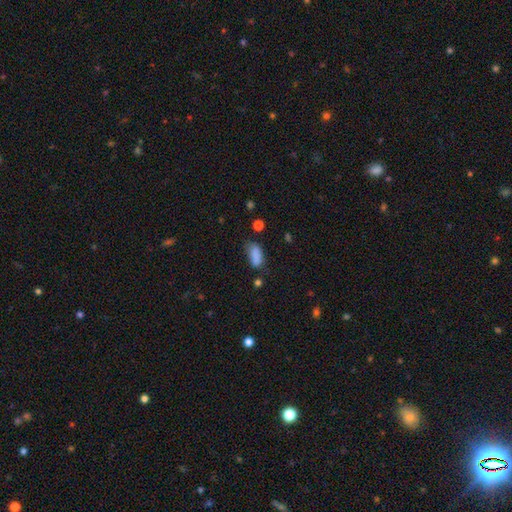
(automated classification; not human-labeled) This appears to be a smooth galaxy with no disk features (84%) that is in between round and cigar-shaped (84%). Merging: none (53%).